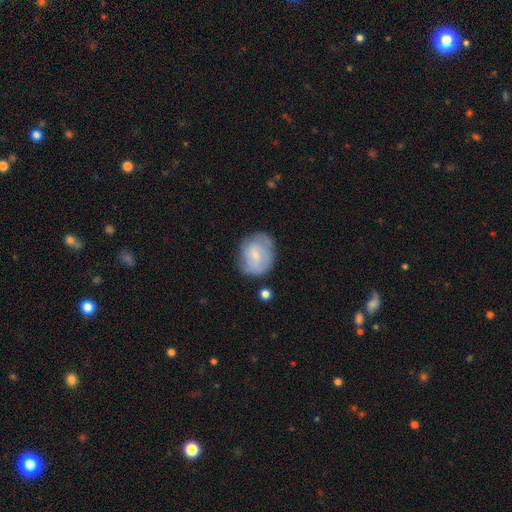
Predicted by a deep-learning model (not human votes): Smooth or featured?
  - smooth: 50% *
  - featured or disk: 43%
  - star or artifact: 7%
How rounded?
  - round: 52% *
  - in between: 47%
  - cigar-shaped: 1%
Merging?
  - none: 62% *
  - minor disturbance: 26%
  - major disturbance: 9%
  - merger: 3%